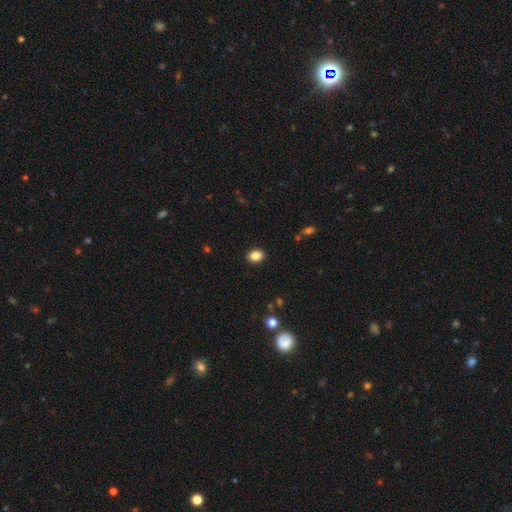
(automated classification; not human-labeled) The model was most divided on "how rounded": in between: 56%, round: 43%, cigar-shaped: 1%. More confident: merging — none (91%); smooth or featured — smooth (86%).